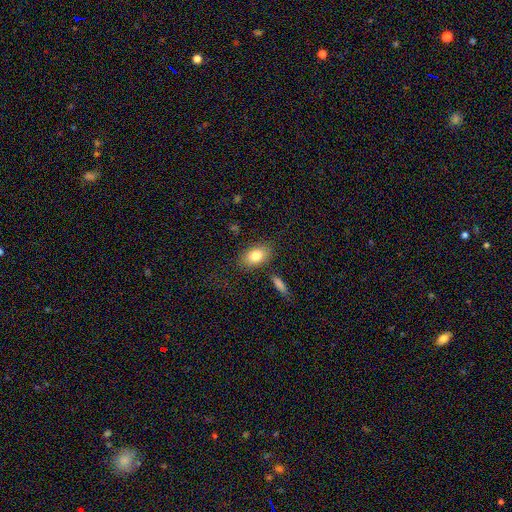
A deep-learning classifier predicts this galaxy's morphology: smooth-or-featured: smooth: 81% | featured or disk: 12% | star or artifact: 8%
  how-rounded: in between: 85% | round: 13% | cigar-shaped: 2%
  merging: none: 80% | minor disturbance: 11% | merger: 5% | major disturbance: 4%